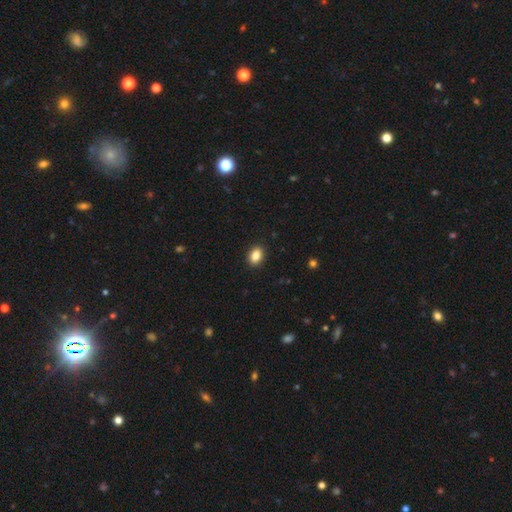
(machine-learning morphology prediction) Q: Smooth or featured?
A: smooth (85%); runner-up: star or artifact (9%)
Q: How rounded?
A: in between (75%); runner-up: round (24%)
Q: Merging?
A: none (91%); runner-up: minor disturbance (7%)